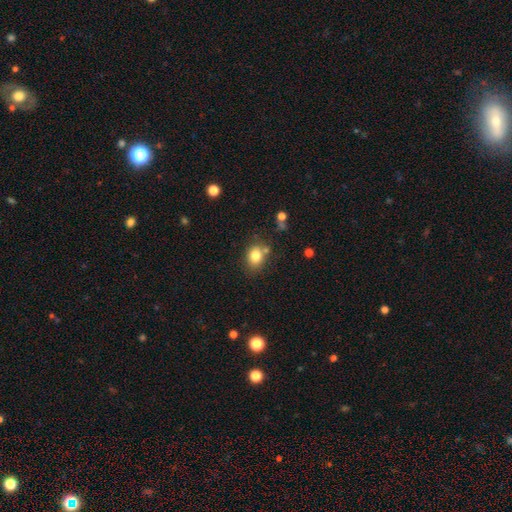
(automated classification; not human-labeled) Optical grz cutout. It shows a smooth galaxy with no disk features (81%) that is in between round and cigar-shaped (54%). Merging: none (69%).